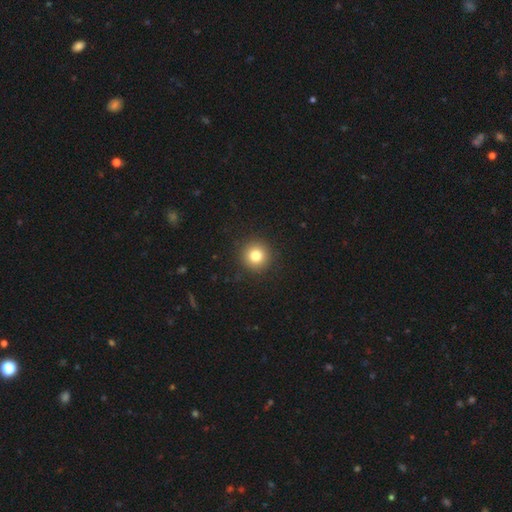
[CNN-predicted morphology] A smooth galaxy with no disk features (80%) that is round (95%). Merging: none (92%).